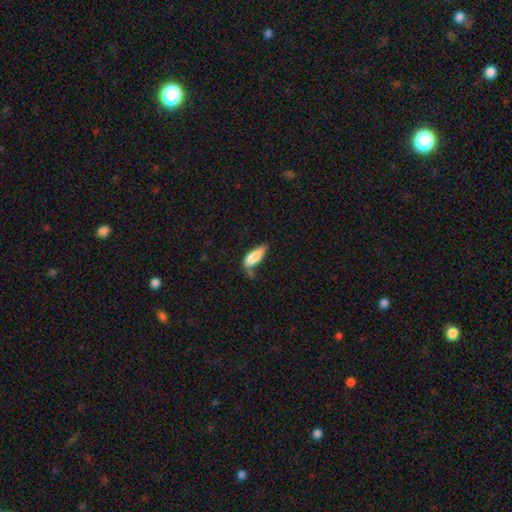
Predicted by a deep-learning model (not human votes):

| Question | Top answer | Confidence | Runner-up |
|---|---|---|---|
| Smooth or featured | smooth | 79% | featured or disk (14%) |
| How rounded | in between | 62% | cigar-shaped (35%) |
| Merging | minor disturbance | 35% | none (33%) |